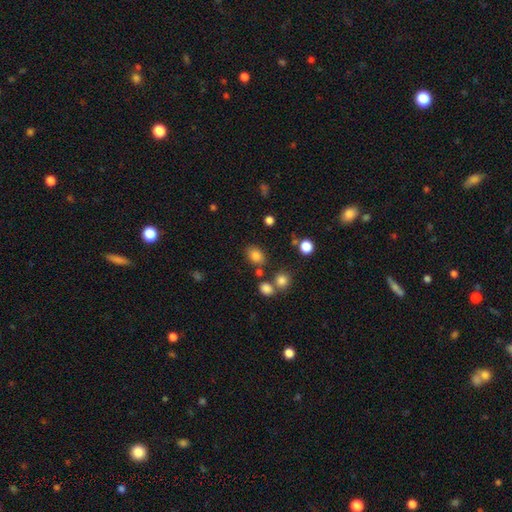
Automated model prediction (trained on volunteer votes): This appears to be a smooth galaxy with no disk features (82%) that is in between round and cigar-shaped (70%). Merging: none (75%).